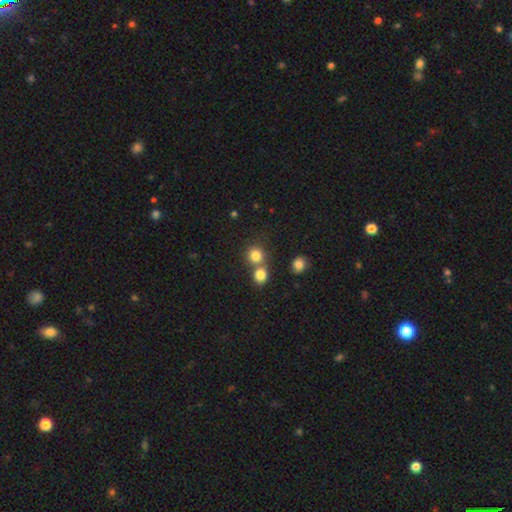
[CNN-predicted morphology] Q: Smooth or featured?
A: smooth (81%); runner-up: star or artifact (13%)
Q: How rounded?
A: round (89%); runner-up: in between (10%)
Q: Merging?
A: none (56%); runner-up: merger (35%)